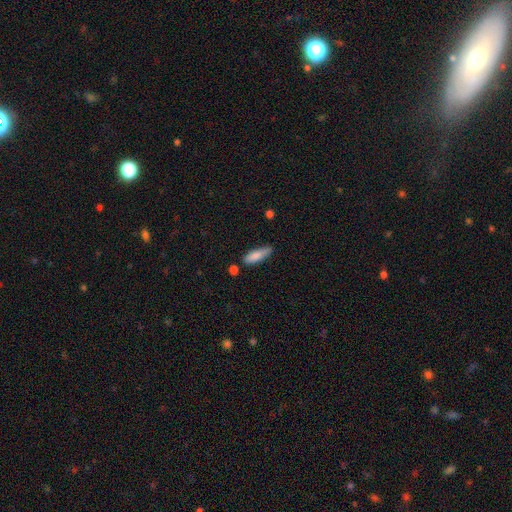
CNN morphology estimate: Overall: smooth (83%). How rounded: cigar-shaped (55%; in between 44%). Merging: none (64%; minor disturbance 26%).